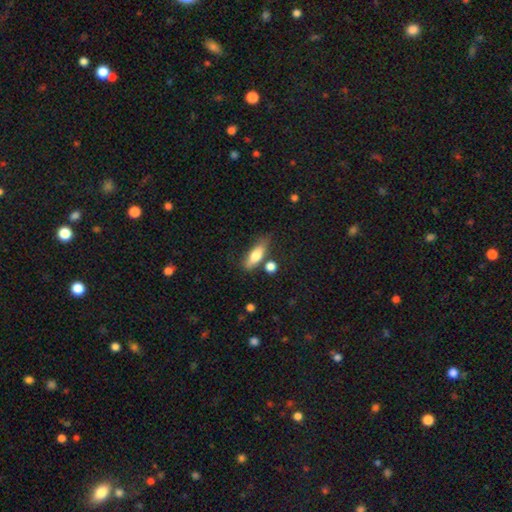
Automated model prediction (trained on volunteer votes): Smooth or featured? smooth (73%)
How rounded? in between (58%)
Merging? none (67%)